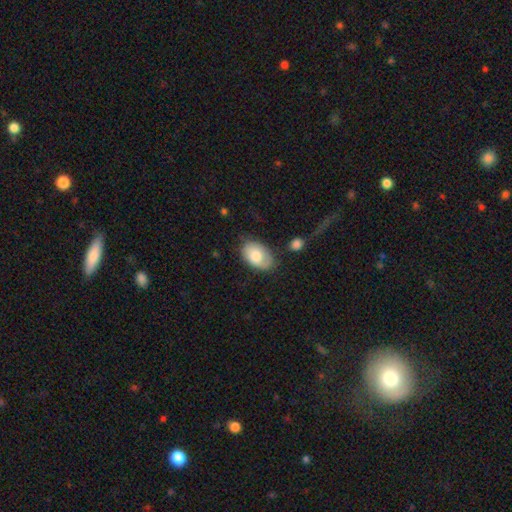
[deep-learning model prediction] Smooth or featured: smooth — 75% (featured or disk — 19%)
How rounded: in between — 90% (round — 9%)
Merging: none — 67% (minor disturbance — 23%)